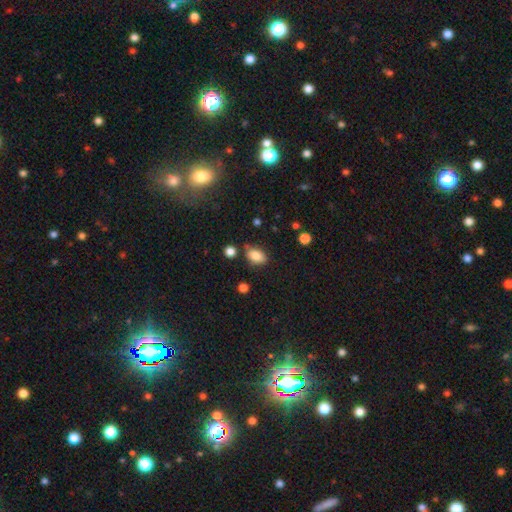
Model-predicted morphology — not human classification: A smooth galaxy with no disk features (82%) that is in between round and cigar-shaped (85%). Merging: none (74%).